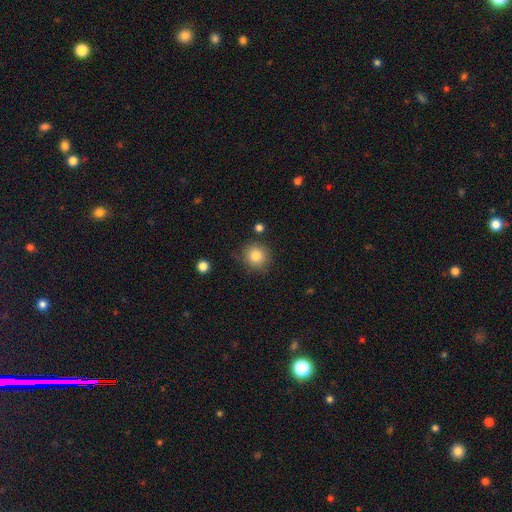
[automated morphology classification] Smooth or featured?
  - smooth: 83% *
  - star or artifact: 10%
  - featured or disk: 7%
How rounded?
  - round: 91% *
  - in between: 8%
  - cigar-shaped: 1%
Merging?
  - none: 81% *
  - minor disturbance: 13%
  - major disturbance: 3%
  - merger: 3%